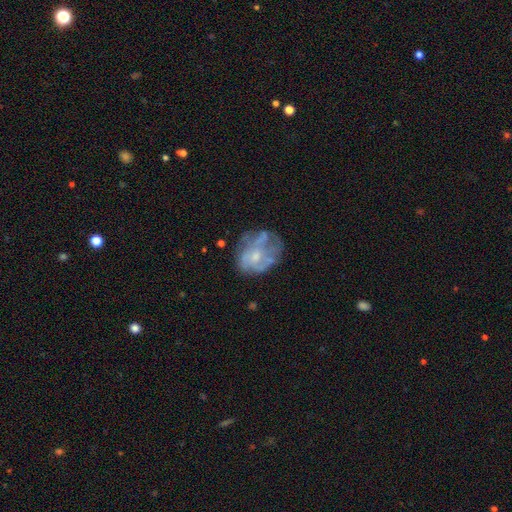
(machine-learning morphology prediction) Smooth or featured? featured or disk (63%)
Edge-on disk? no (98%)
Bar? no (81%)
Spiral arms? no (66%)
Bulge size? small (48%)
Merging? none (49%)